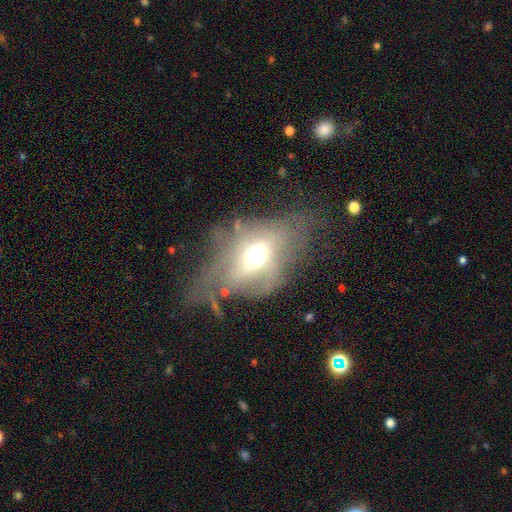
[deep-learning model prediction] Overall: featured or disk (45%; smooth 39%). Merging: major disturbance (41%; none 31%).